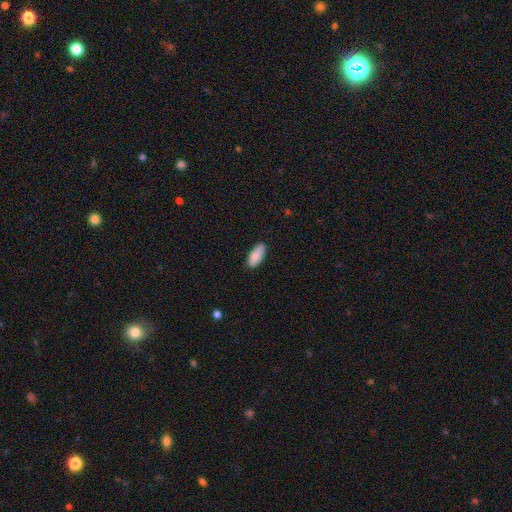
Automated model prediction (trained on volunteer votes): Morphology: type=smooth (86%); roundness=in between (81%); merging=none (86%).